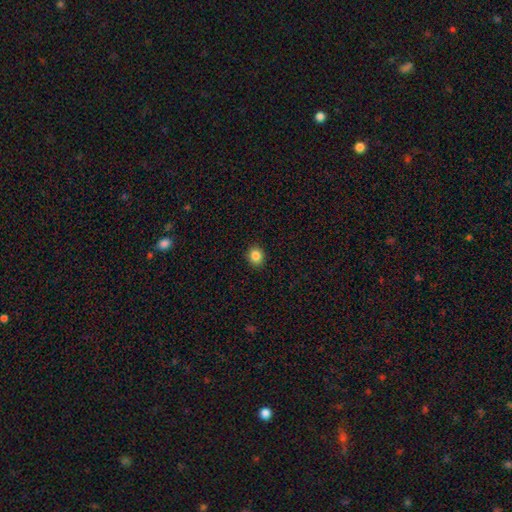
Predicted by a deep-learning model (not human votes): Smooth or featured?
  - smooth: 85% *
  - star or artifact: 10%
  - featured or disk: 5%
How rounded?
  - round: 79% *
  - in between: 20%
  - cigar-shaped: 1%
Merging?
  - none: 92% *
  - minor disturbance: 6%
  - major disturbance: 2%
  - merger: 1%